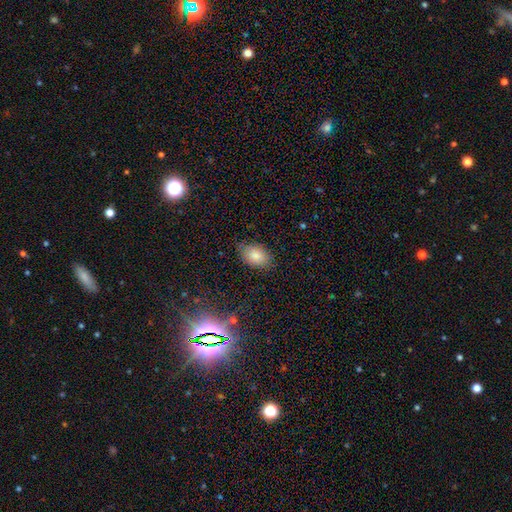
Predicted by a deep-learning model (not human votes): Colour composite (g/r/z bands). It shows a smooth galaxy with no disk features (83%) that is in between round and cigar-shaped (89%). Merging: none (79%).